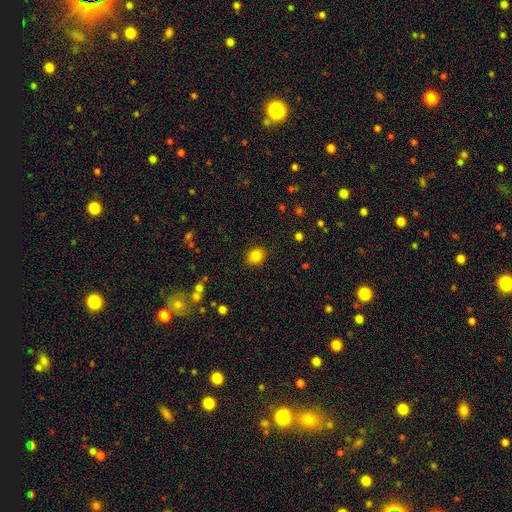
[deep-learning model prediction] The model was most divided on "how rounded": round: 63%, in between: 37%, cigar-shaped: 1%. More confident: merging — none (89%); smooth or featured — smooth (84%).